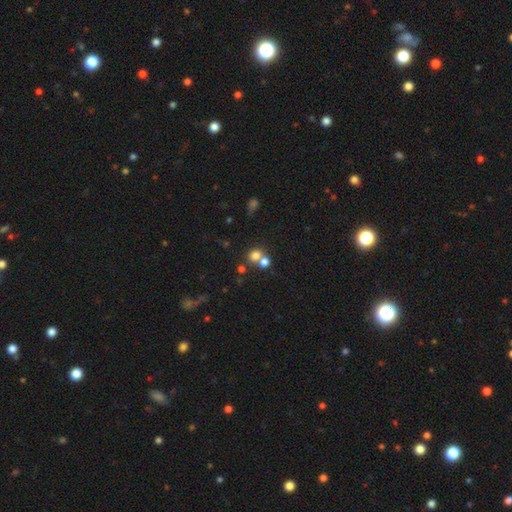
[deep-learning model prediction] This is likely a smooth galaxy (74%). How rounded: likely round (72%). Merging: marginally merger (45%).